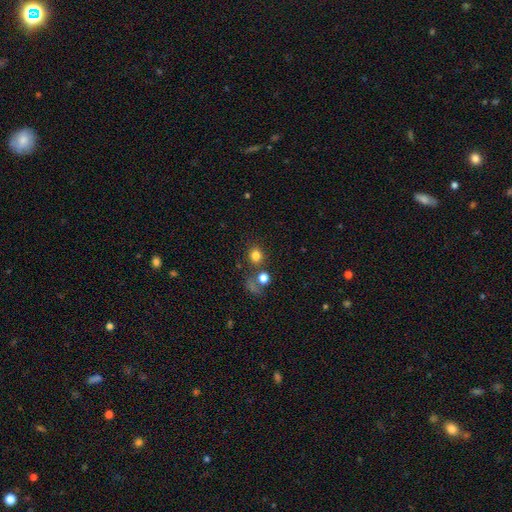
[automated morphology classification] This appears to be a smooth galaxy with no disk features (78%) that is round (79%). Merging: none (73%).